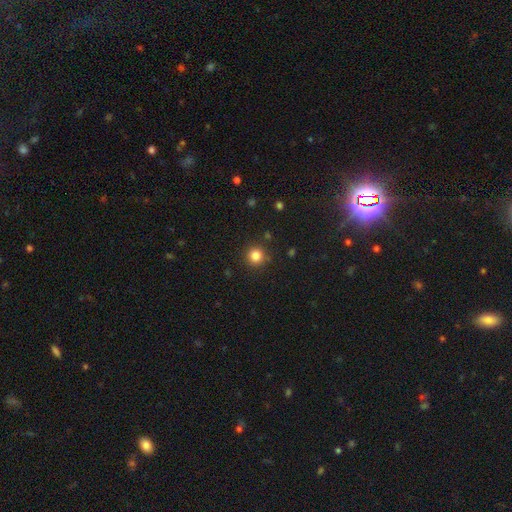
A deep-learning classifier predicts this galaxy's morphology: Q: Smooth or featured?
A: smooth (83%); runner-up: star or artifact (12%)
Q: How rounded?
A: round (94%); runner-up: in between (5%)
Q: Merging?
A: none (89%); runner-up: minor disturbance (7%)